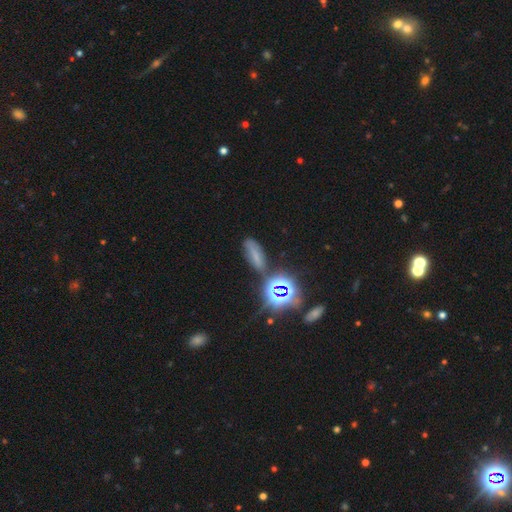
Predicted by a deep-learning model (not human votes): Q: Smooth or featured?
A: smooth (47%); runner-up: star or artifact (36%)
Q: Merging?
A: none (63%); runner-up: minor disturbance (20%)